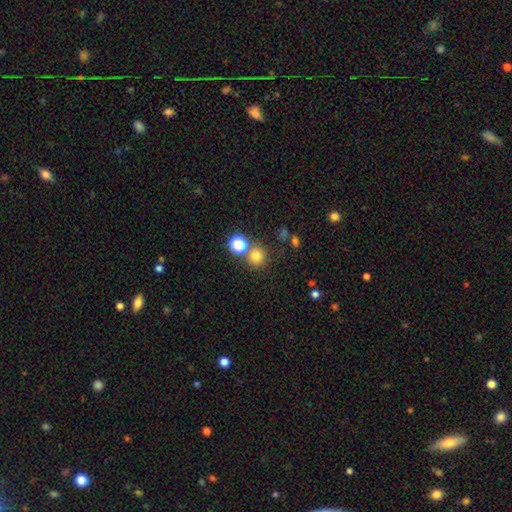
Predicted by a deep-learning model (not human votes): The model was most divided on "merging": none: 71%, merger: 17%, minor disturbance: 8%, major disturbance: 3%. More confident: how rounded — round (92%); smooth or featured — smooth (76%).